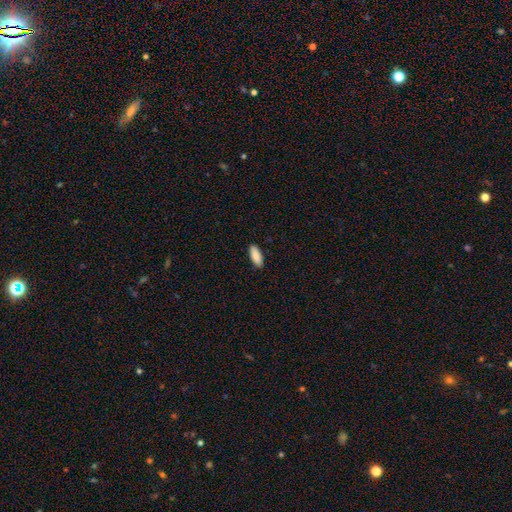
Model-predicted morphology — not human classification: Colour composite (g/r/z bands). It shows a smooth galaxy with no disk features (90%) that is in between round and cigar-shaped (74%). Merging: none (90%).